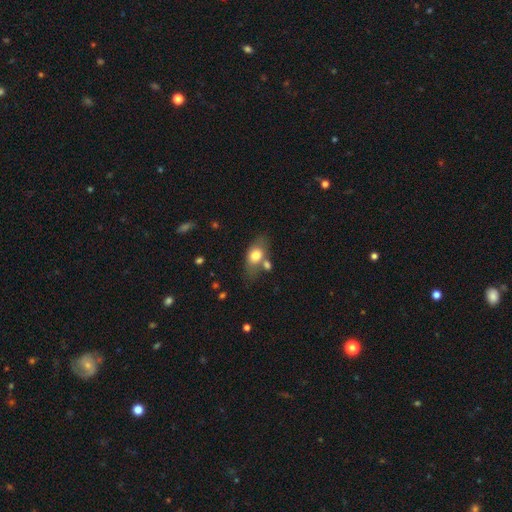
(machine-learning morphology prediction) Overall: smooth (74%). How rounded: in between (79%). Merging: none (55%; merger 21%).